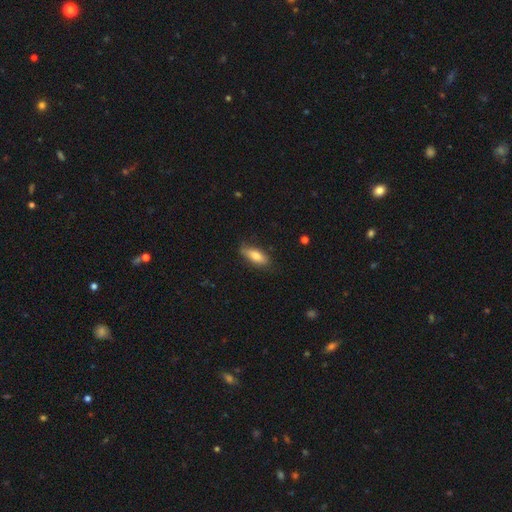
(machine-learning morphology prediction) smooth_or_featured: smooth (p=0.78) [alt: featured or disk p=0.16]
how_rounded: in between (p=0.71) [alt: cigar-shaped p=0.27]
merging: none (p=0.79) [alt: minor disturbance p=0.17]